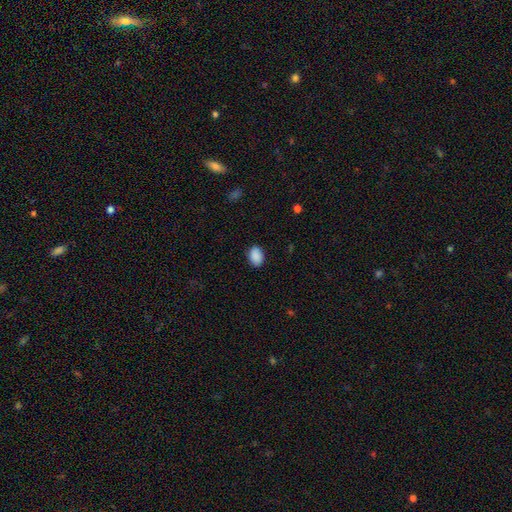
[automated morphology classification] Smooth or featured? Predicted: smooth (p=0.90). How rounded? Predicted: in between (p=0.80). Merging? Predicted: none (p=0.86).